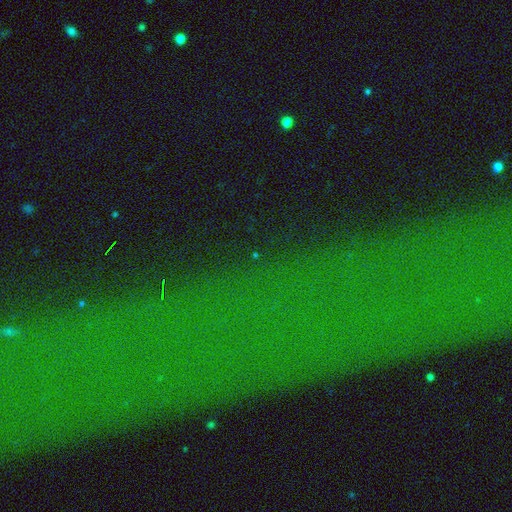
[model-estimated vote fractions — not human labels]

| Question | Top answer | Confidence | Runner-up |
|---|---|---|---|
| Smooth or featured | star or artifact | 78% | smooth (13%) |